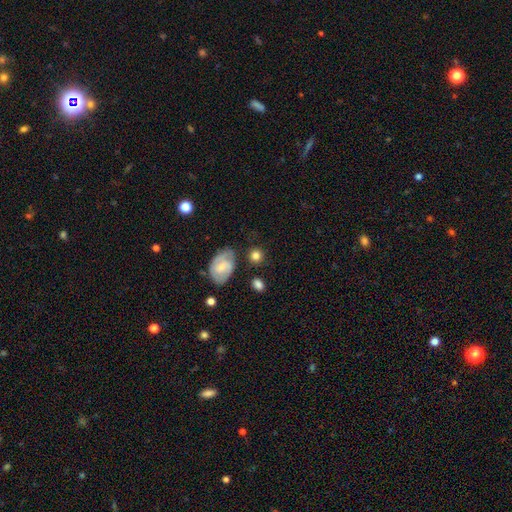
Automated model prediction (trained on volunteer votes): The model was most divided on "merging": none: 73%, minor disturbance: 15%, merger: 7%, major disturbance: 5%. More confident: how rounded — round (79%); smooth or featured — smooth (77%).